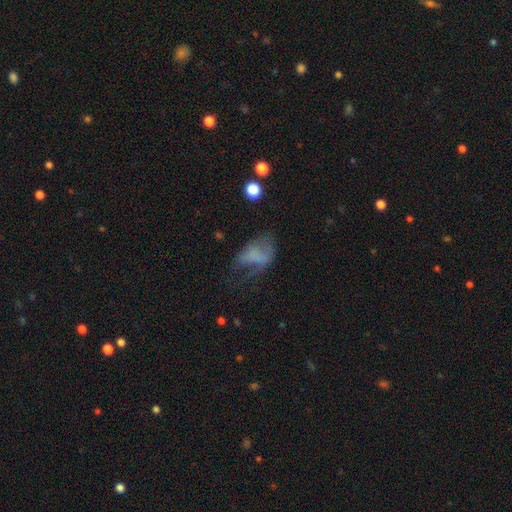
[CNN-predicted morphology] smooth-or-featured: smooth: 50% | featured or disk: 36% | star or artifact: 14%
  merging: major disturbance: 46% | none: 28% | minor disturbance: 23% | merger: 3%